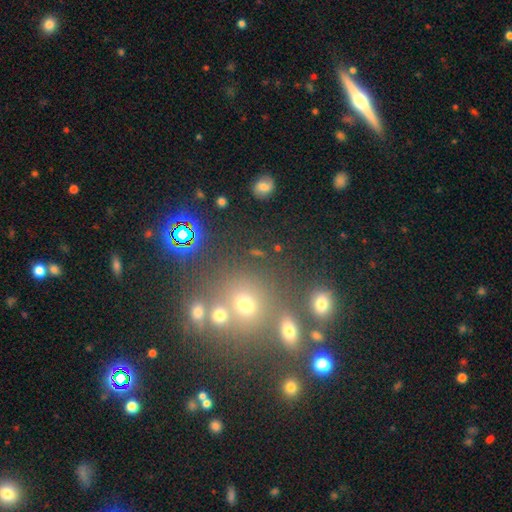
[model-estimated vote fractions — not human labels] Q: Smooth or featured?
A: smooth (43%); runner-up: star or artifact (41%)
Q: Merging?
A: none (68%); runner-up: merger (18%)